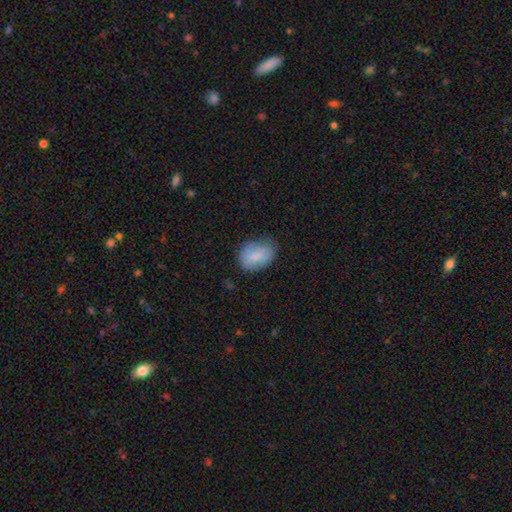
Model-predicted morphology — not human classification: This appears to be a smooth galaxy with no disk features (82%) that is in between round and cigar-shaped (78%). Merging: none (69%).